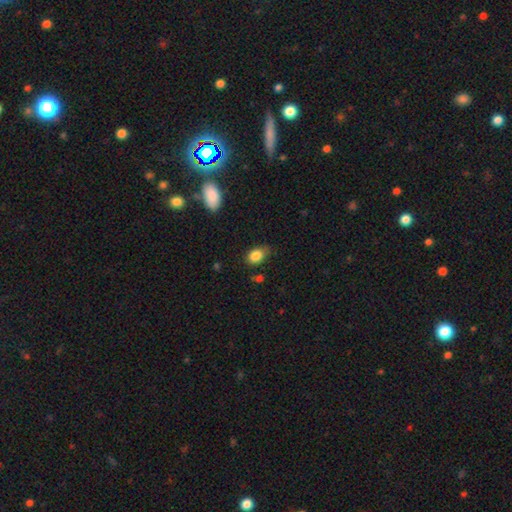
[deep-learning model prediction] Overall: smooth (85%). How rounded: in between (77%). Merging: none (65%; minor disturbance 27%).